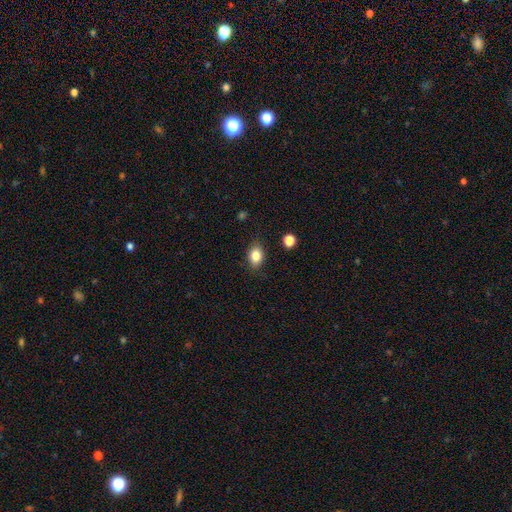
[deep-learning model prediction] smooth 83%, star or artifact 10%, featured or disk 8%. Down the decision tree: how rounded — in between (73%); merging — none (83%).